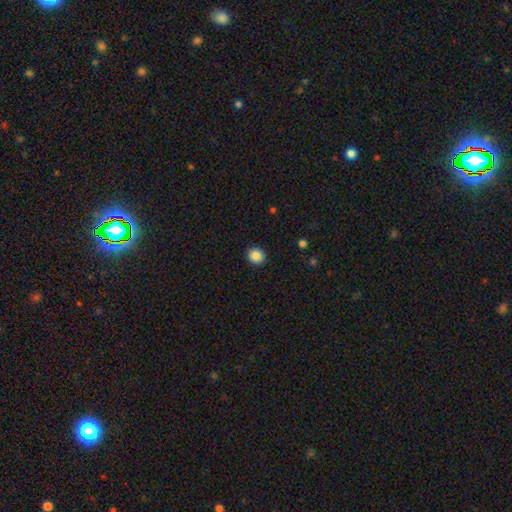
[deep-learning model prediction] Smooth or featured: smooth — 87% (star or artifact — 9%)
How rounded: round — 84% (in between — 15%)
Merging: none — 92% (minor disturbance — 5%)